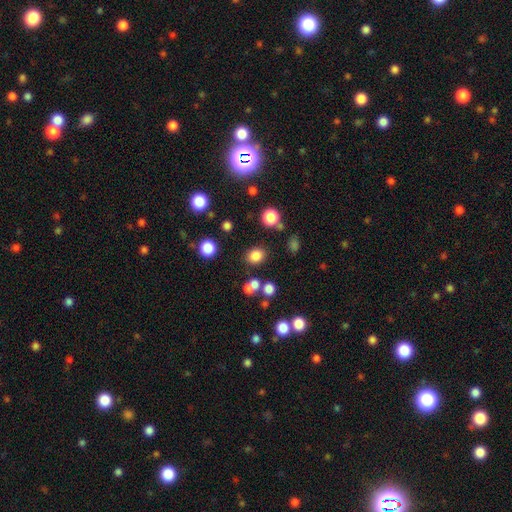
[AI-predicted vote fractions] smooth 79%, star or artifact 15%, featured or disk 6%. Down the decision tree: how rounded — round (62%); merging — none (78%).